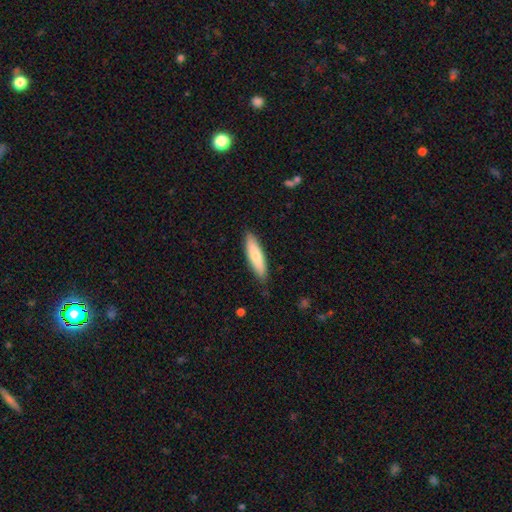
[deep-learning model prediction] Smooth or featured: smooth — 76% (featured or disk — 19%)
How rounded: cigar-shaped — 71% (in between — 27%)
Merging: none — 85% (minor disturbance — 12%)